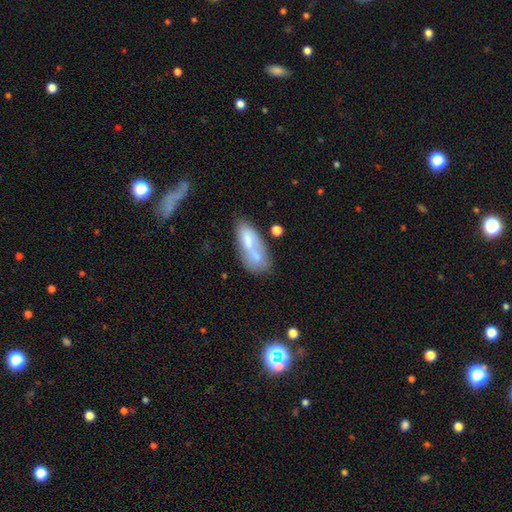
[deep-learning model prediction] A smooth galaxy with no disk features (68%) that is in between round and cigar-shaped (82%). Merging: merger (35%).